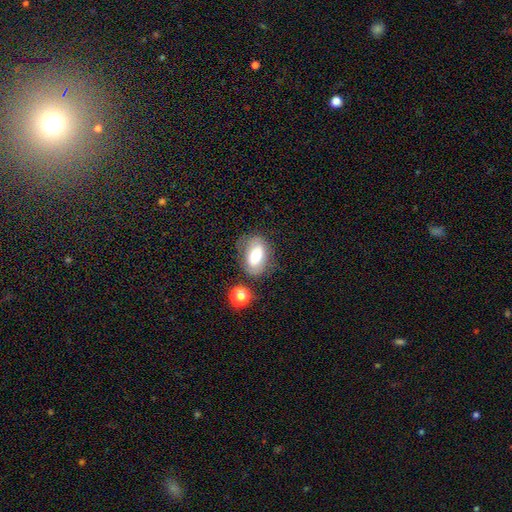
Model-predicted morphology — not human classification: Overall: smooth (66%). How rounded: in between (86%). Merging: none (65%).